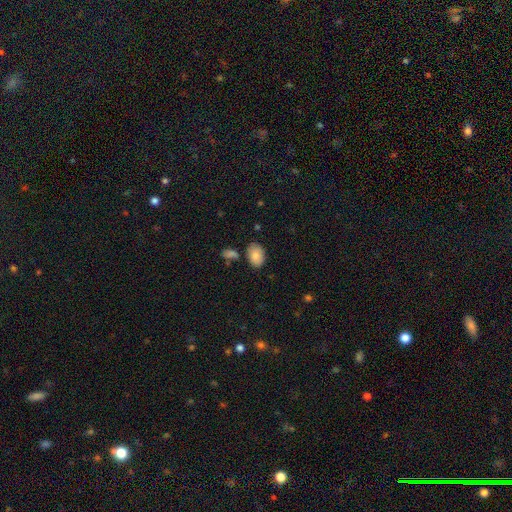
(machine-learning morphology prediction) Smooth or featured?
  - smooth: 84% *
  - featured or disk: 9%
  - star or artifact: 7%
How rounded?
  - in between: 88% *
  - round: 10%
  - cigar-shaped: 1%
Merging?
  - none: 77% *
  - minor disturbance: 14%
  - merger: 6%
  - major disturbance: 3%